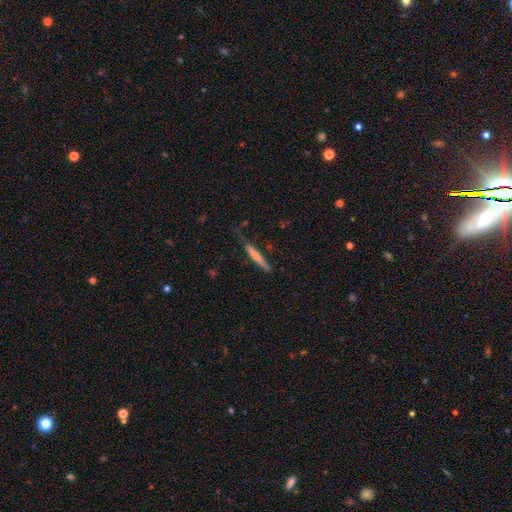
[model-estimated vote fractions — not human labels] smooth_or_featured: smooth (p=0.57) [alt: featured or disk p=0.37]
how_rounded: cigar-shaped (p=0.94) [alt: in between p=0.04]
merging: none (p=0.70) [alt: minor disturbance p=0.22]